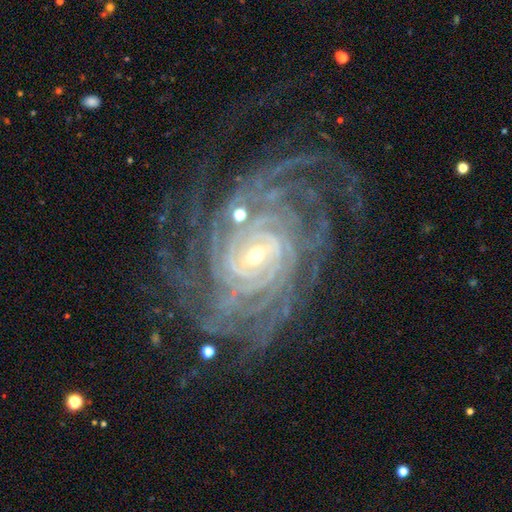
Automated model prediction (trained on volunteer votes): This appears to be a featured or disk galaxy (91%) with no bar (43%), more than 4 (41%) tight (79%) spiral arms (98%) and a small central bulge (74%). Merging: none (72%).